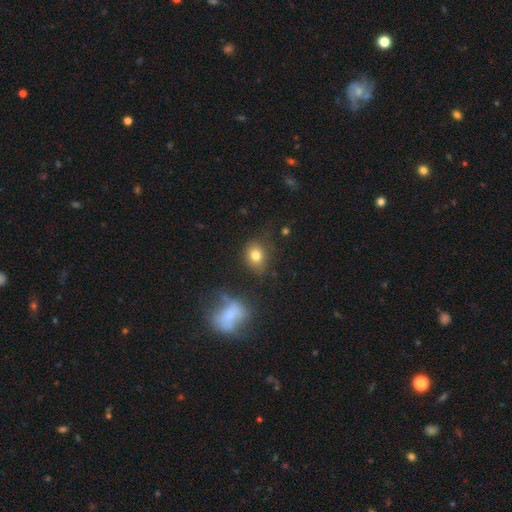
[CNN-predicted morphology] Q: Smooth or featured?
A: smooth (79%); runner-up: star or artifact (11%)
Q: How rounded?
A: in between (55%); runner-up: round (43%)
Q: Merging?
A: none (73%); runner-up: minor disturbance (17%)